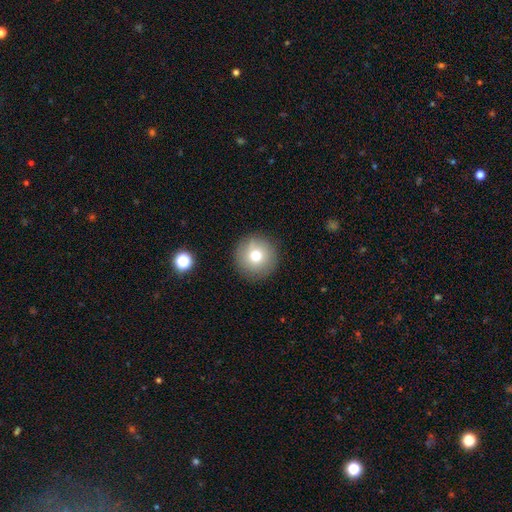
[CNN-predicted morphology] A smooth galaxy with no disk features (75%) that is round (96%).

Vote fractions:
- Smooth or featured? smooth: 75% / featured or disk: 14% / star or artifact: 11%
- How rounded? round: 96% / in between: 3% / cigar-shaped: 1%
- Merging? none: 90% / minor disturbance: 7% / major disturbance: 2% / merger: 1%